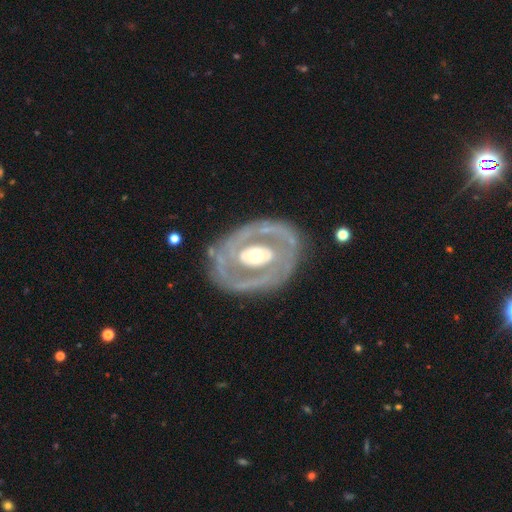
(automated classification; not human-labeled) featured or disk 83%, smooth 13%, star or artifact 4%. Down the decision tree: edge-on disk — no (95%); bar — no (61%); spiral arms — yes (60%); bulge size — moderate (68%); merging — none (75%).